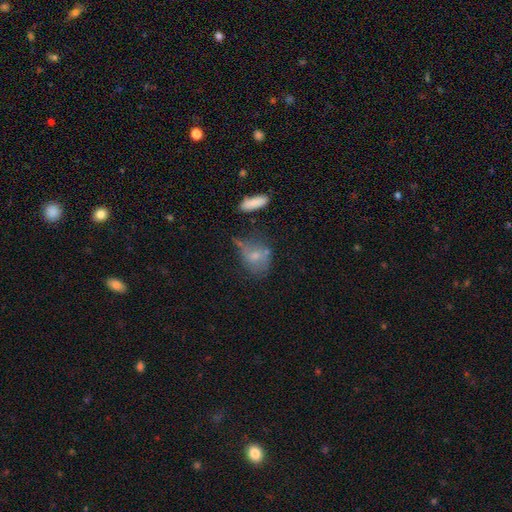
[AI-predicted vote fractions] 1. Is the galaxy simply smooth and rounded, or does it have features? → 59% smooth, 30% featured or disk, 11% star or artifact.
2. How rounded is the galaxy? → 59% in between, 37% round, 3% cigar-shaped.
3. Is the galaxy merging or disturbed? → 42% none, 26% minor disturbance, 19% major disturbance, 12% merger.